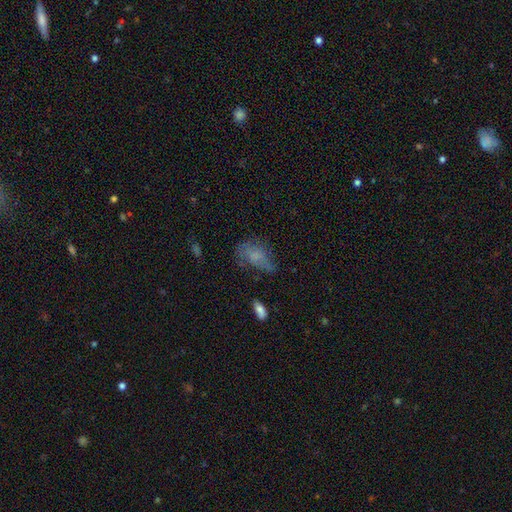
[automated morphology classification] Smooth or featured: smooth — 58% (featured or disk — 30%)
How rounded: in between — 86% (round — 9%)
Merging: none — 44% (minor disturbance — 30%)